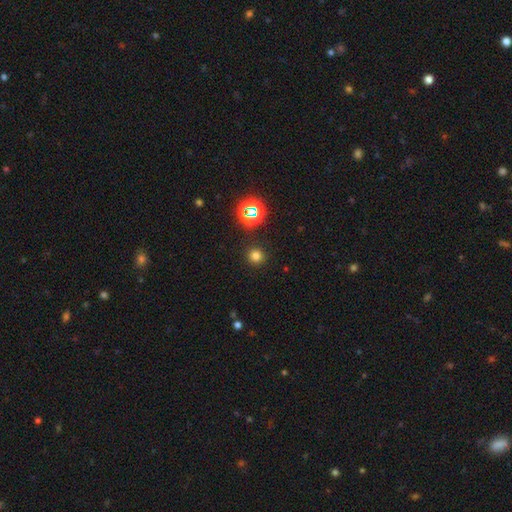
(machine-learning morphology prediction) A smooth galaxy with no disk features (73%) that is round (93%).

Vote fractions:
- Smooth or featured? smooth: 73% / star or artifact: 22% / featured or disk: 5%
- How rounded? round: 93% / in between: 6% / cigar-shaped: 1%
- Merging? none: 90% / minor disturbance: 6% / major disturbance: 3% / merger: 2%